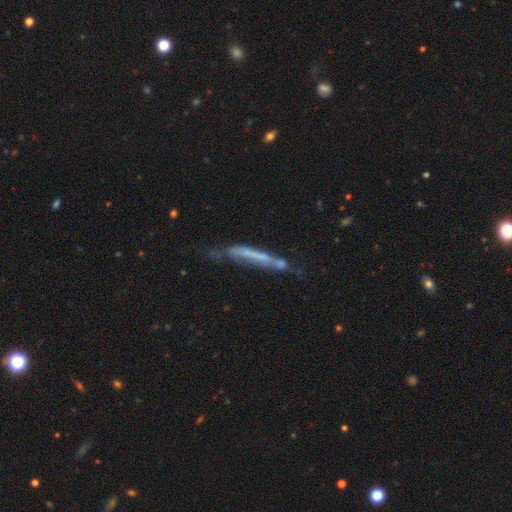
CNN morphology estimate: This appears to be a featured or disk galaxy (53%) viewed edge-on (70%). Merging: none (40%).